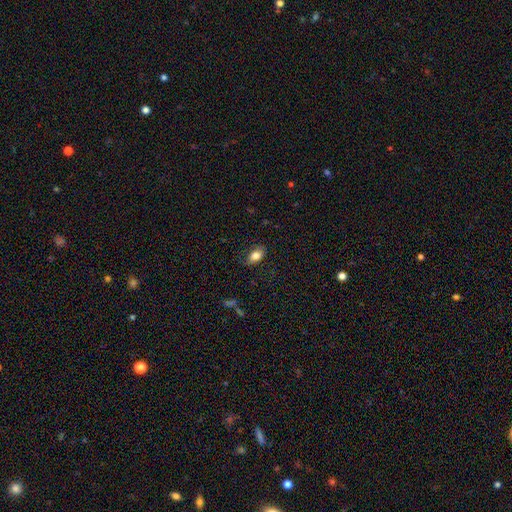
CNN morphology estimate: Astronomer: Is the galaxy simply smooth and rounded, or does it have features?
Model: smooth — 81%.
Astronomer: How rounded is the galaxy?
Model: in between — 89%.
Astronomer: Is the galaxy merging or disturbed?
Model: none — 80%.